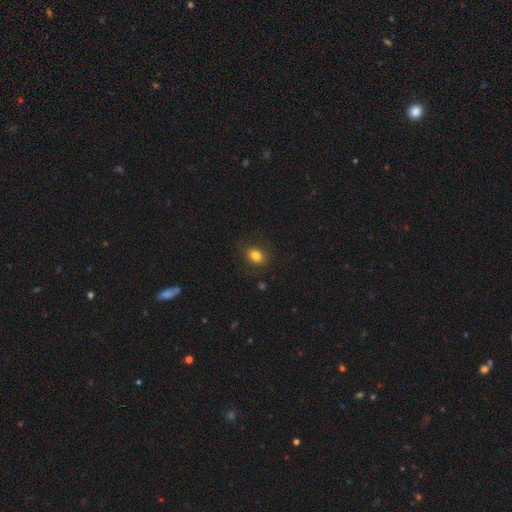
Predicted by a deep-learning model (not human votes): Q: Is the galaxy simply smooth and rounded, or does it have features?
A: smooth — 82%.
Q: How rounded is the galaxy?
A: in between — 69%.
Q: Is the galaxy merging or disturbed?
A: none — 84%.